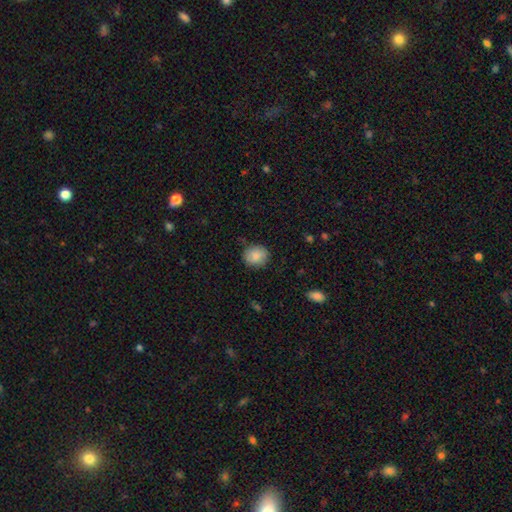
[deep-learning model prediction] The model was most divided on "how rounded": round: 75%, in between: 24%, cigar-shaped: 1%. More confident: smooth or featured — smooth (84%); merging — none (80%).